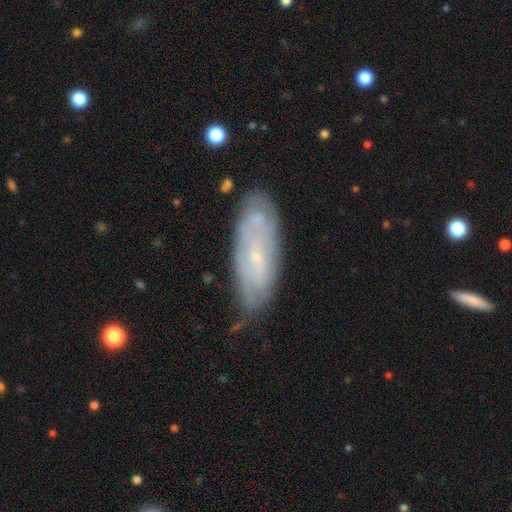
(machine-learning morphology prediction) featured or disk 59%, smooth 33%, star or artifact 7%. Down the decision tree: edge-on disk — no (83%); merging — none (71%).